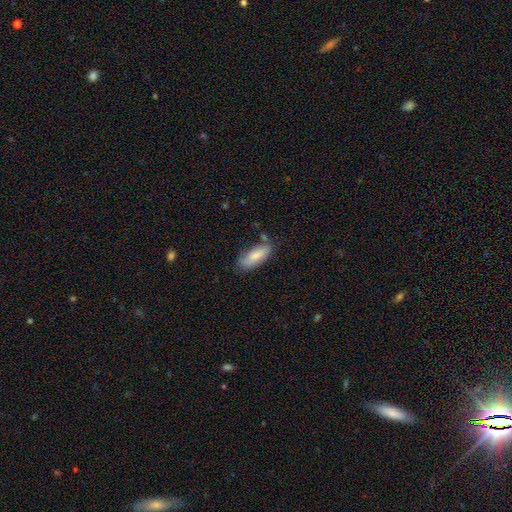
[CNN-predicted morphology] This is clearly a smooth galaxy (81%). How rounded: likely in between (72%). Merging: likely none (65%).